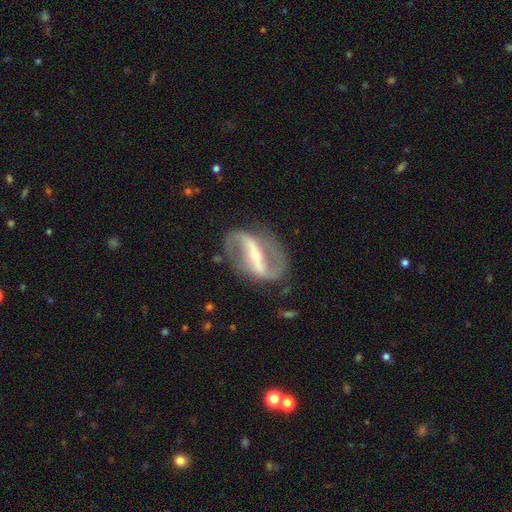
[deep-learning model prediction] Q: Smooth or featured?
A: featured or disk (91%); runner-up: smooth (5%)
Q: Edge-on disk?
A: no (95%); runner-up: yes (5%)
Q: Bar?
A: strong (72%); runner-up: weak (17%)
Q: Spiral arms?
A: yes (94%); runner-up: no (6%)
Q: Spiral winding?
A: loose (45%); runner-up: medium (41%)
Q: Spiral arm count?
A: 2 (93%); runner-up: can't tell (2%)
Q: Bulge size?
A: small (65%); runner-up: moderate (31%)
Q: Merging?
A: none (80%); runner-up: minor disturbance (12%)